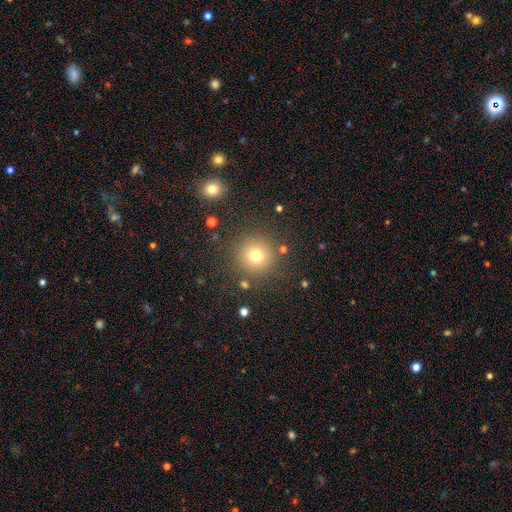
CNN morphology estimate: This is likely a smooth galaxy (75%). How rounded: clearly round (95%). Merging: clearly none (86%).